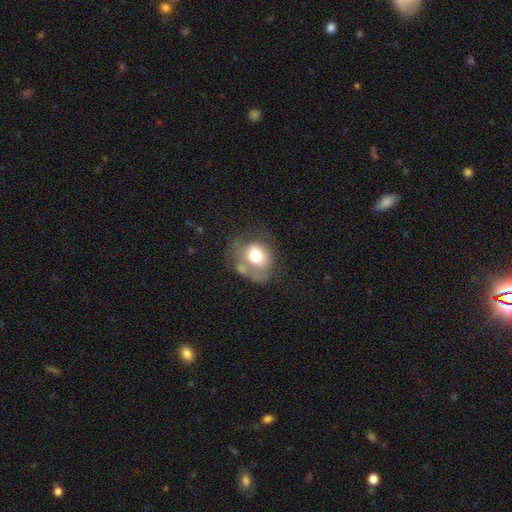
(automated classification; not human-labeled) Overall: smooth (65%; featured or disk 26%). How rounded: round (51%; in between 48%). Merging: none (34%; minor disturbance 27%).